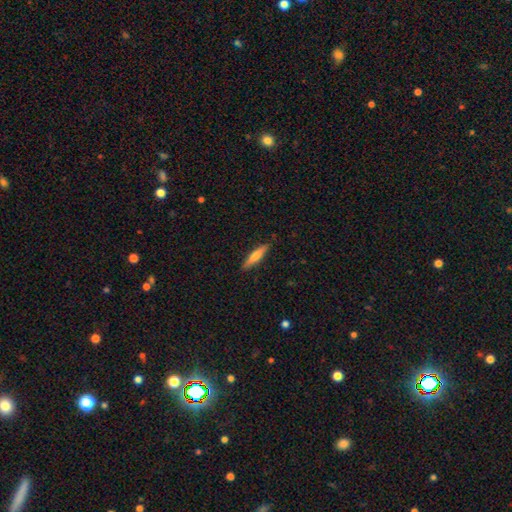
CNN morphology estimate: type=smooth (61%); roundness=cigar-shaped (84%); merging=none (88%).